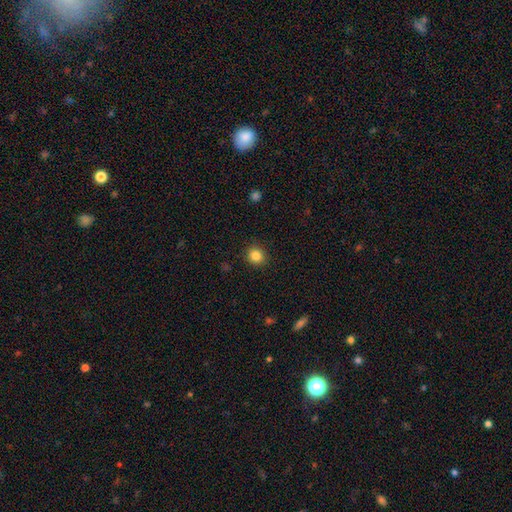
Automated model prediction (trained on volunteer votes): A smooth galaxy with no disk features (84%) that is round (86%). Merging: none (90%).